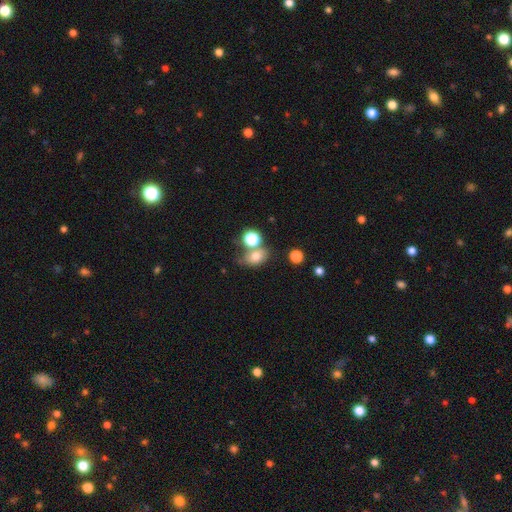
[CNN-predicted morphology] type=smooth (72%); roundness=in between (63%); merging=none (48%).